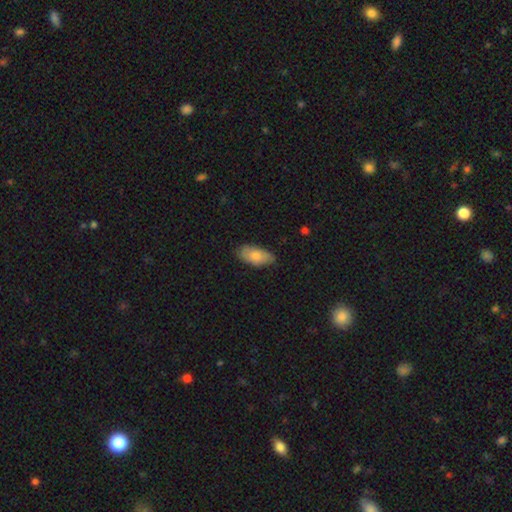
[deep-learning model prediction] smooth_or_featured: smooth (p=0.73) [alt: featured or disk p=0.20]
how_rounded: in between (p=0.91) [alt: cigar-shaped p=0.06]
merging: none (p=0.78) [alt: minor disturbance p=0.18]